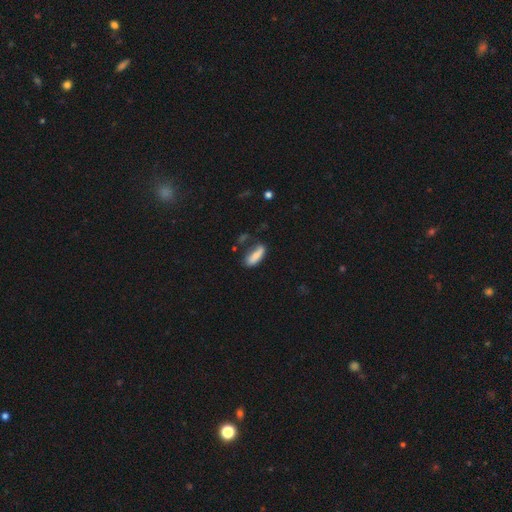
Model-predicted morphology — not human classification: A smooth galaxy with no disk features (75%) that is in between round and cigar-shaped (64%). Merging: none (50%).